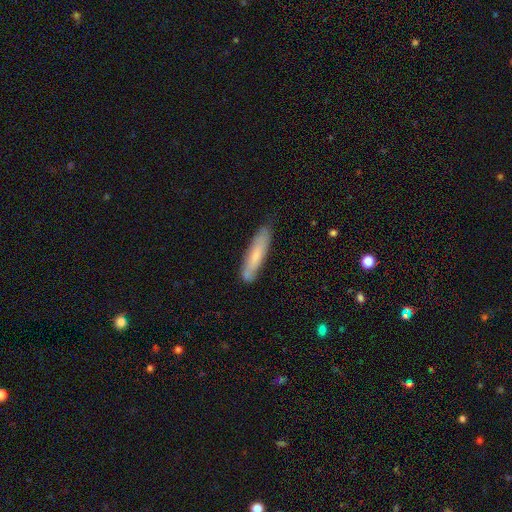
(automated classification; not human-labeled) smooth_or_featured: smooth (p=0.66) [alt: featured or disk p=0.28]
how_rounded: cigar-shaped (p=0.82) [alt: in between p=0.17]
merging: none (p=0.75) [alt: minor disturbance p=0.19]